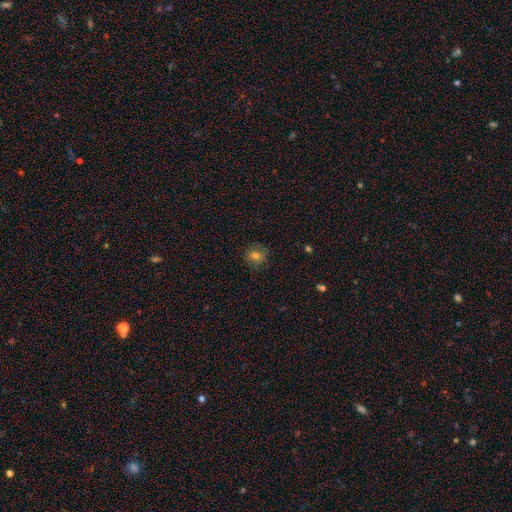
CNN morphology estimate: This appears to be a smooth galaxy with no disk features (75%) that is round (81%). Merging: none (82%).